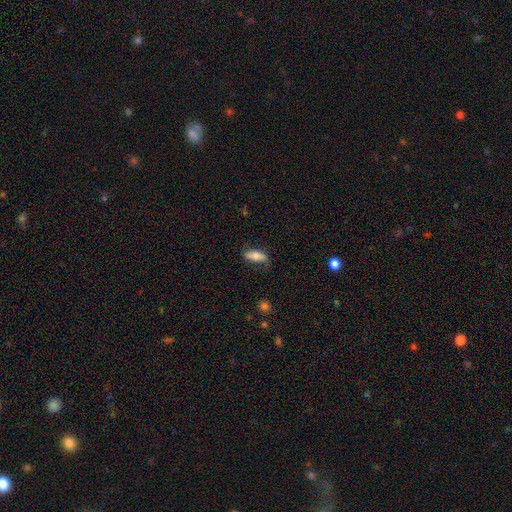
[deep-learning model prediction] Smooth or featured? smooth (70%)
How rounded? in between (75%)
Merging? none (67%)